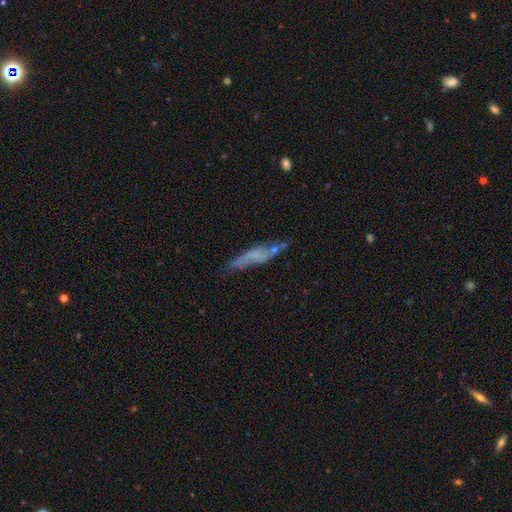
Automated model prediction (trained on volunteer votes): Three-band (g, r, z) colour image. It shows a smooth galaxy with no disk features (47%). Merging: none (53%).